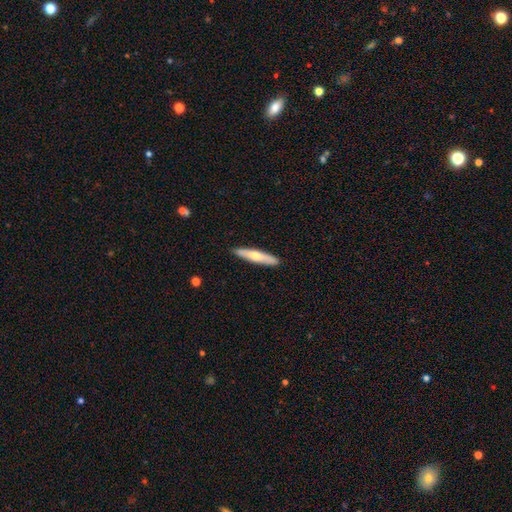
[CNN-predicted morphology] Overall: smooth (54%; featured or disk 41%). How rounded: cigar-shaped (88%). Merging: none (90%).